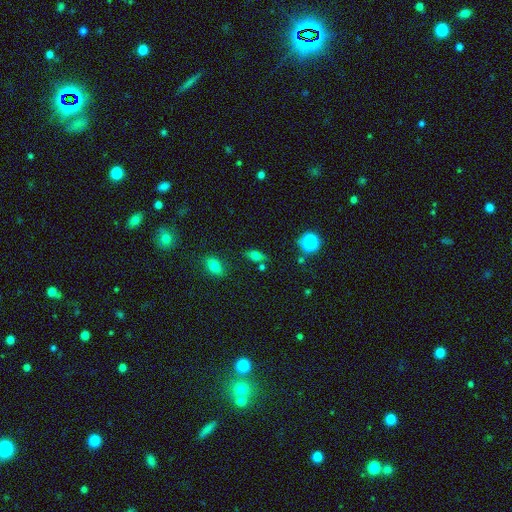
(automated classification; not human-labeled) Q: Smooth or featured?
A: smooth (70%); runner-up: featured or disk (17%)
Q: How rounded?
A: in between (70%); runner-up: round (16%)
Q: Merging?
A: none (68%); runner-up: minor disturbance (16%)